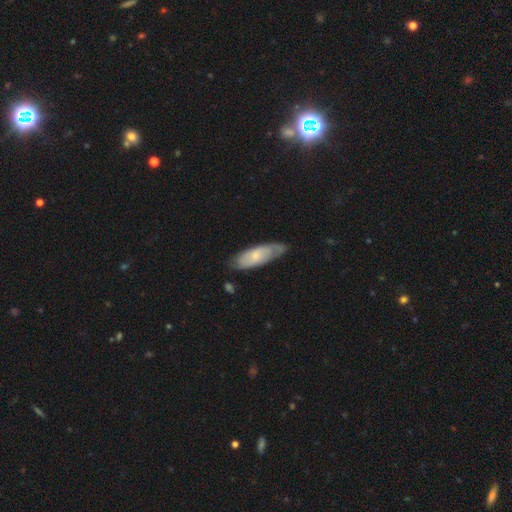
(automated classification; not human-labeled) The model was most divided on "smooth or featured": smooth: 55%, featured or disk: 39%, star or artifact: 6%. More confident: merging — none (65%); how rounded — in between (61%).